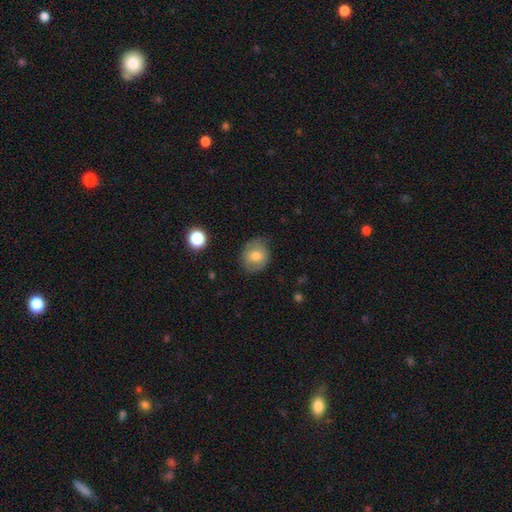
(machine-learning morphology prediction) A smooth galaxy with no disk features (67%) that is round (74%). Merging: none (73%).